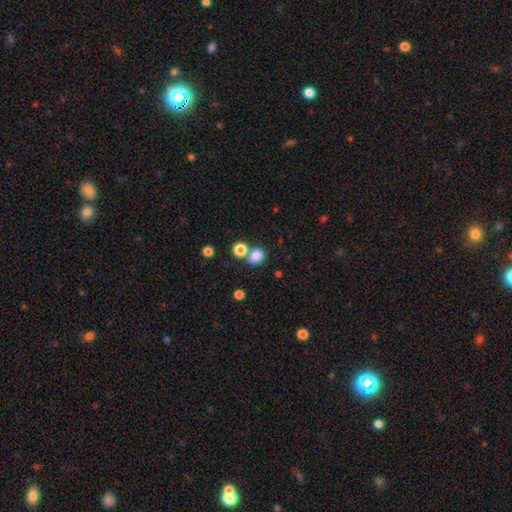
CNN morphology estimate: smooth_or_featured: smooth (p=0.82) [alt: star or artifact p=0.12]
how_rounded: round (p=0.64) [alt: in between p=0.35]
merging: none (p=0.61) [alt: merger p=0.26]